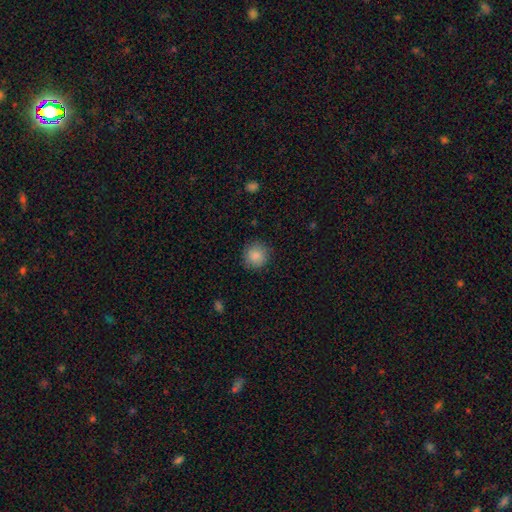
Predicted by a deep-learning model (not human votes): A smooth galaxy with no disk features (86%) that is round (93%).

Vote fractions:
- Smooth or featured? smooth: 86% / star or artifact: 9% / featured or disk: 5%
- How rounded? round: 93% / in between: 6% / cigar-shaped: 1%
- Merging? none: 88% / minor disturbance: 8% / major disturbance: 2% / merger: 1%